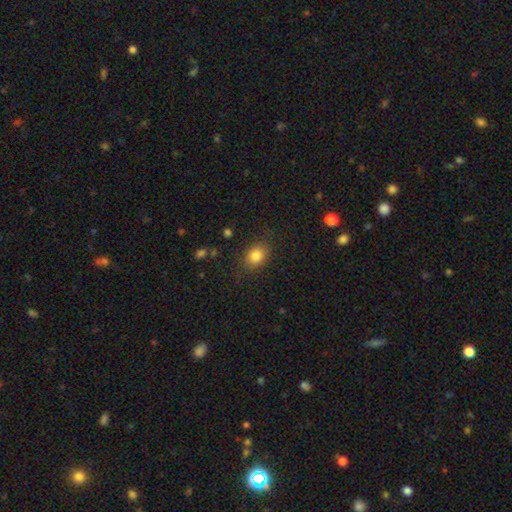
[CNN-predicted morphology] This is clearly a smooth galaxy (82%). How rounded: possibly in between (60%). Merging: likely none (79%).